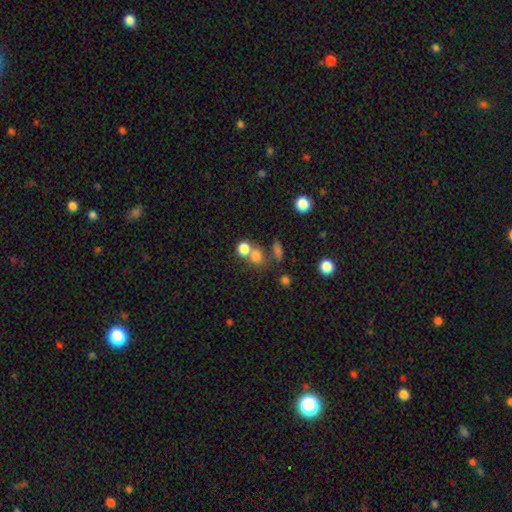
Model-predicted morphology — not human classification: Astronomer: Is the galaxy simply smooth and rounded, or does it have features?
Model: smooth — 74%.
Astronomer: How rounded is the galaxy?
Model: round — 75%.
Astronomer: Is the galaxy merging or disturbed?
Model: none — 44% (runner-up: merger, 43%).